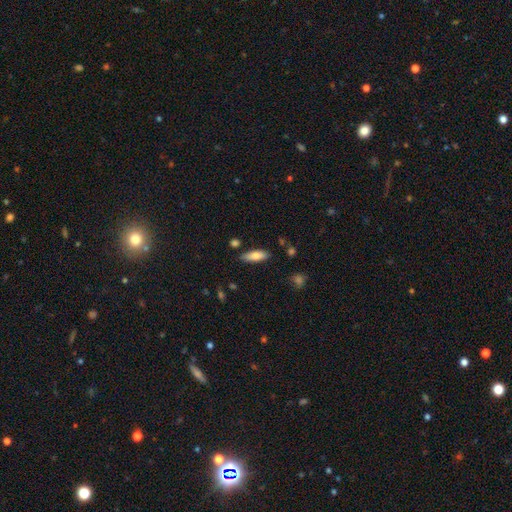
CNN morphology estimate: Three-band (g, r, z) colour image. It shows a smooth galaxy with no disk features (76%) that is in between round and cigar-shaped (59%). Merging: none (81%).